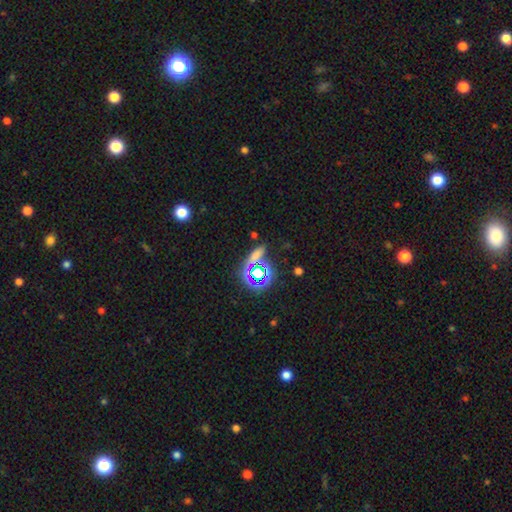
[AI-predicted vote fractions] smooth_or_featured: smooth (p=0.44) [alt: star or artifact p=0.43]
merging: none (p=0.71) [alt: minor disturbance p=0.13]